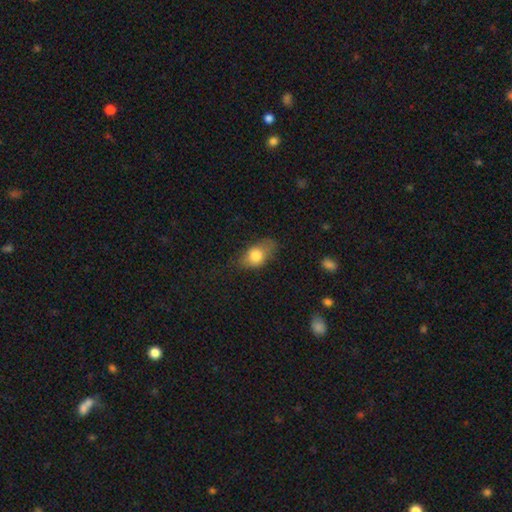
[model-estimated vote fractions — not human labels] Morphology: type=smooth (76%); roundness=in between (79%); merging=none (57%).